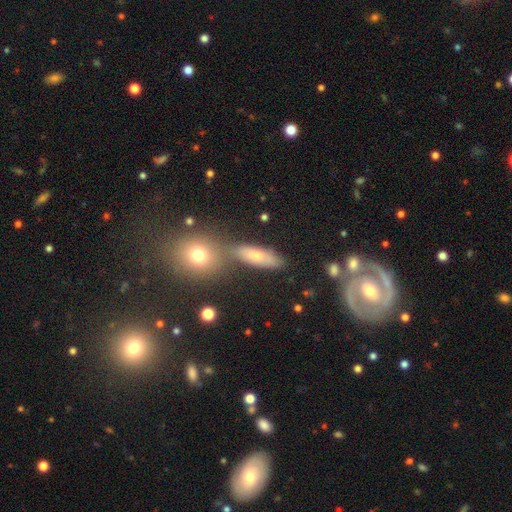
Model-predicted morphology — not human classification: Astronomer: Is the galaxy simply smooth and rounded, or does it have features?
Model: smooth — 65%.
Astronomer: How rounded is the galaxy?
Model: in between — 54% (runner-up: cigar-shaped, 36%).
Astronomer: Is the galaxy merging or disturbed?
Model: none — 65%.